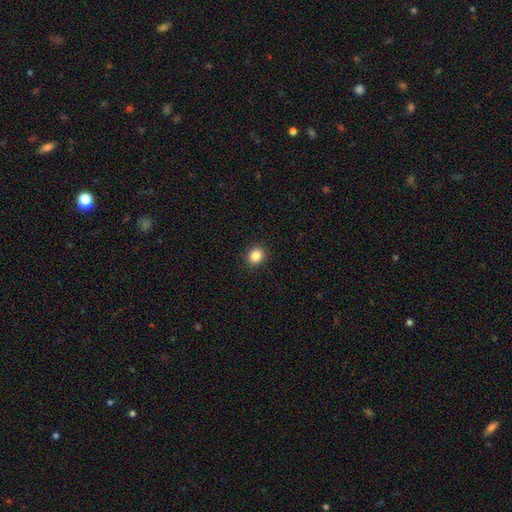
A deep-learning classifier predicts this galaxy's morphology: Smooth or featured? Predicted: smooth (p=0.86). How rounded? Predicted: round (p=0.75). Merging? Predicted: none (p=0.92).